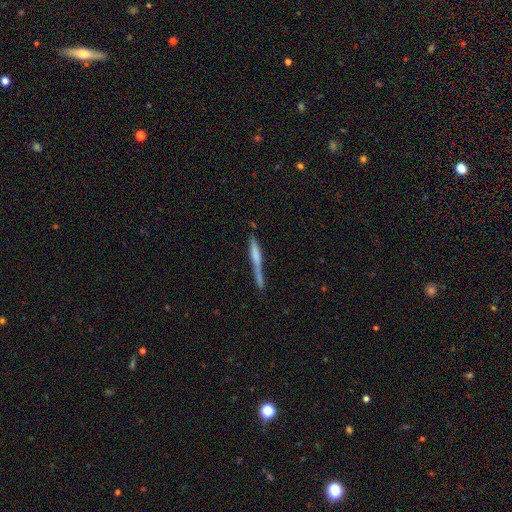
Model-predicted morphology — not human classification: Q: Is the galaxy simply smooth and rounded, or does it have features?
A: smooth — 54%.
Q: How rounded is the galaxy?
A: cigar-shaped — 94%.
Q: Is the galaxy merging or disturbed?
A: none — 62%.